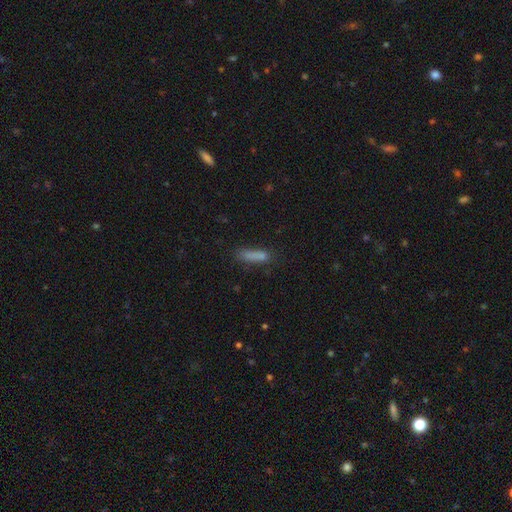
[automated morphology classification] Q: Smooth or featured?
A: smooth (80%); runner-up: star or artifact (11%)
Q: How rounded?
A: cigar-shaped (76%); runner-up: in between (22%)
Q: Merging?
A: none (68%); runner-up: minor disturbance (20%)